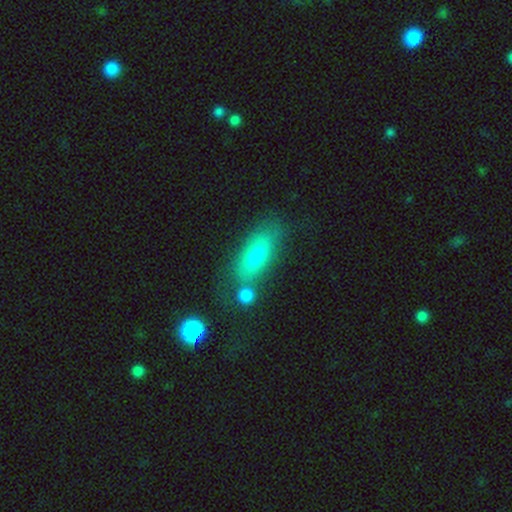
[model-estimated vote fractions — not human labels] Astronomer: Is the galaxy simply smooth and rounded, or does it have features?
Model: smooth — 68%.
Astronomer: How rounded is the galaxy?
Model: in between — 69%.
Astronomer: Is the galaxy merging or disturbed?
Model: none — 64%.